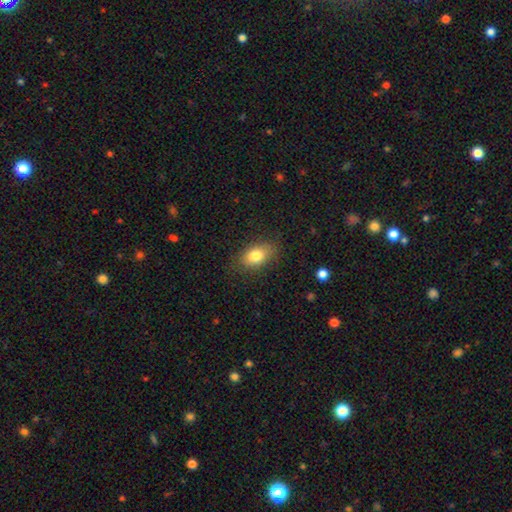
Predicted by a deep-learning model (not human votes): A smooth galaxy with no disk features (80%) that is in between round and cigar-shaped (84%).

Vote fractions:
- Smooth or featured? smooth: 80% / featured or disk: 11% / star or artifact: 9%
- How rounded? in between: 84% / round: 14% / cigar-shaped: 3%
- Merging? none: 82% / minor disturbance: 13% / major disturbance: 4% / merger: 1%